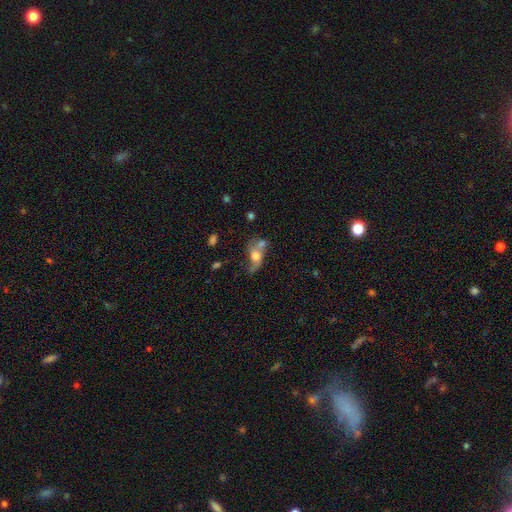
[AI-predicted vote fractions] This is marginally a smooth galaxy (45%). Merging: marginally merger (37%).